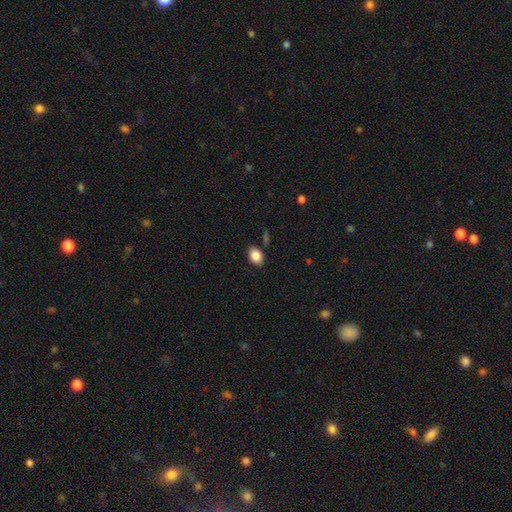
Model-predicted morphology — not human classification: Smooth or featured: smooth — 86% (star or artifact — 8%)
How rounded: in between — 82% (round — 17%)
Merging: none — 82% (minor disturbance — 12%)